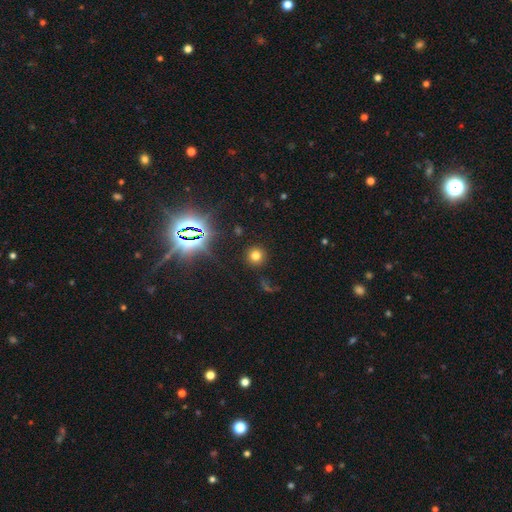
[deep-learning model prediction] A smooth galaxy with no disk features (70%) that is round (93%). Merging: none (88%).